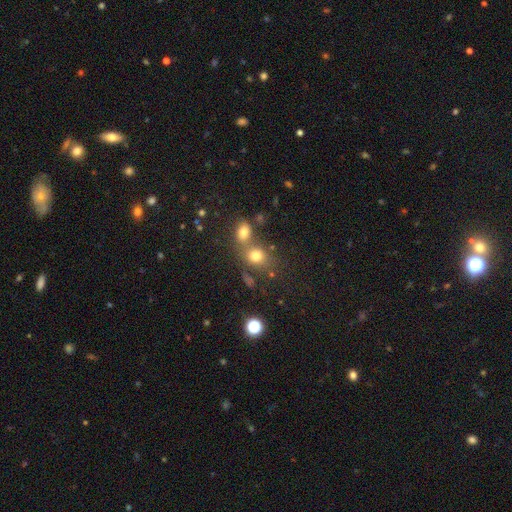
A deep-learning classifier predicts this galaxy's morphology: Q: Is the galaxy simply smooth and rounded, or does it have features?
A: smooth — 75%.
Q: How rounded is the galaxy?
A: round — 53%.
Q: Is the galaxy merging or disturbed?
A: none — 46%.